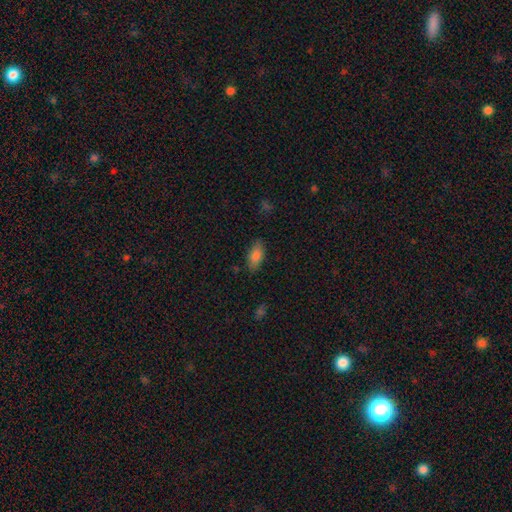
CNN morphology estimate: Smooth or featured?
  - smooth: 84% *
  - featured or disk: 8%
  - star or artifact: 8%
How rounded?
  - in between: 87% *
  - cigar-shaped: 10%
  - round: 2%
Merging?
  - none: 82% *
  - minor disturbance: 13%
  - major disturbance: 3%
  - merger: 1%